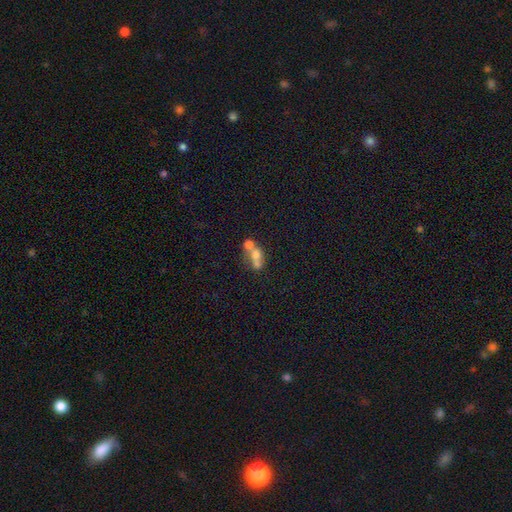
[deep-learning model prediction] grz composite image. It shows a smooth galaxy with no disk features (58%) that is in between round and cigar-shaped (56%). Merging: merger (62%).